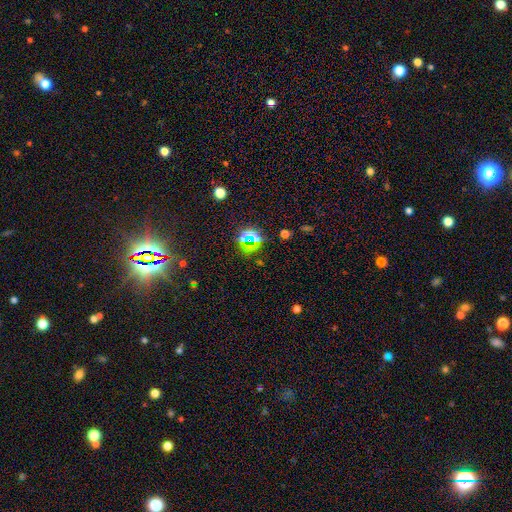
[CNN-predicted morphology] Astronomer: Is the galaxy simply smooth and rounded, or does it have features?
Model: star or artifact — 76%.